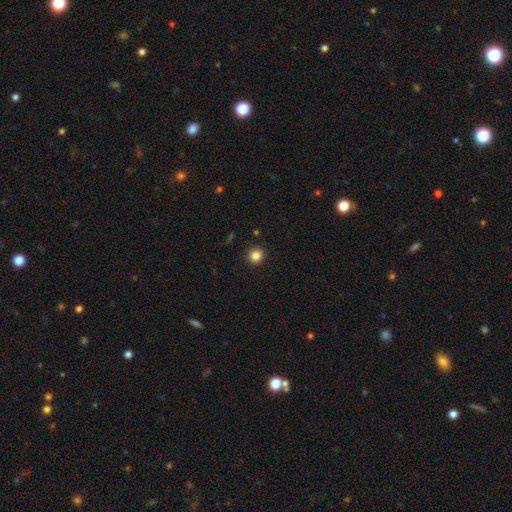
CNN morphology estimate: Q: Smooth or featured?
A: smooth (84%); runner-up: star or artifact (11%)
Q: How rounded?
A: round (94%); runner-up: in between (5%)
Q: Merging?
A: none (92%); runner-up: minor disturbance (5%)